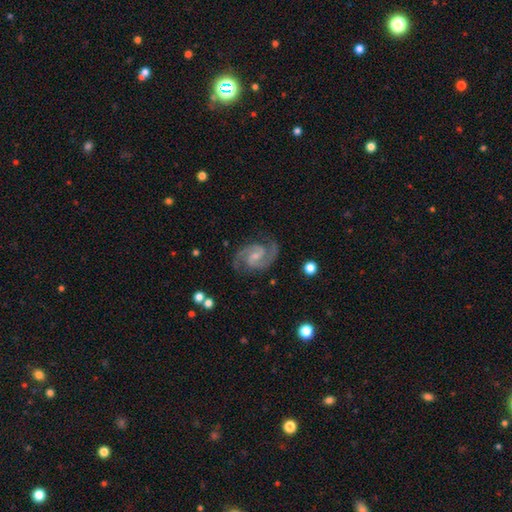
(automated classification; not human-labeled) A featured or disk galaxy (93%) with a weak bar (51%), 2 (93%) medium (62%) spiral arms (99%) and a small central bulge (60%).

Vote fractions:
- Smooth or featured? featured or disk: 93% / star or artifact: 4% / smooth: 3%
- Edge-on disk? no: 98% / yes: 2%
- Bar? weak: 51% / no: 34% / strong: 15%
- Spiral arms? yes: 99% / no: 1%
- Spiral winding? medium: 62% / tight: 28% / loose: 10%
- Spiral arm count? 2: 93% / 3: 2% / can't tell: 2% / 1: 1% / 4: 1% / more than 4: 1%
- Bulge size? small: 60% / moderate: 27% / none: 11% / large: 1% / dominant: 1%
- Merging? none: 82% / minor disturbance: 13% / major disturbance: 4% / merger: 1%